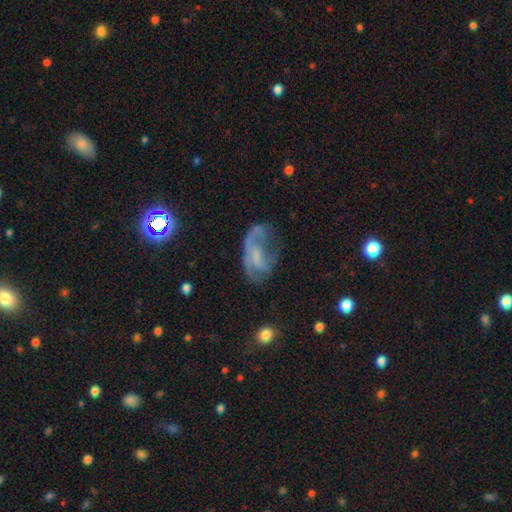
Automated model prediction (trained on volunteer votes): The model was most divided on "spiral arms": yes: 52%, no: 48%. Remaining: edge-on disk — no (95%); bar — no (63%); smooth or featured — featured or disk (55%); bulge size — none (49%); merging — major disturbance (44%).